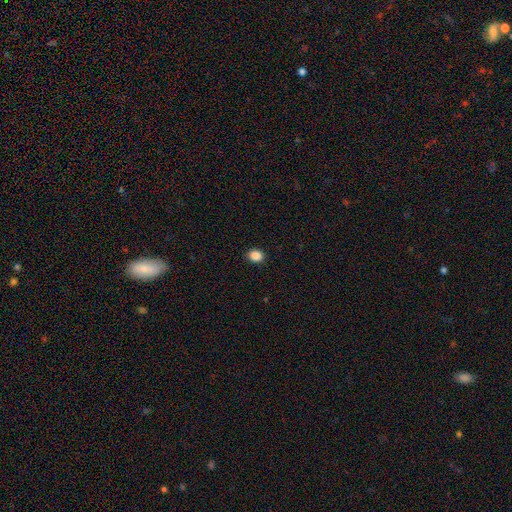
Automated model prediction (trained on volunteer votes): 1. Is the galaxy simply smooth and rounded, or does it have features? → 88% smooth, 10% star or artifact, 3% featured or disk.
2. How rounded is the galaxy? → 52% round, 47% in between, 1% cigar-shaped.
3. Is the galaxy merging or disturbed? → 91% none, 6% minor disturbance, 2% major disturbance, 1% merger.